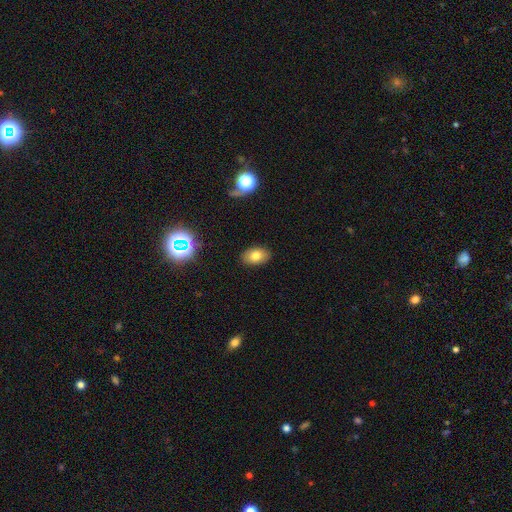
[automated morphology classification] Smooth or featured? smooth (77%)
How rounded? in between (86%)
Merging? none (87%)